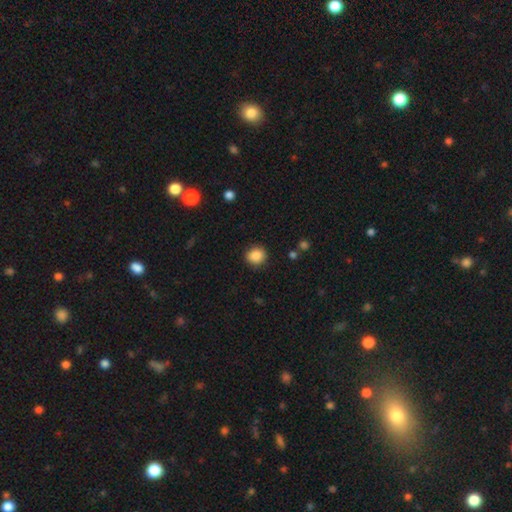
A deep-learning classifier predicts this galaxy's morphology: smooth-or-featured: smooth: 87% | star or artifact: 10% | featured or disk: 4%
  how-rounded: round: 84% | in between: 15% | cigar-shaped: 1%
  merging: none: 89% | minor disturbance: 7% | major disturbance: 2% | merger: 1%